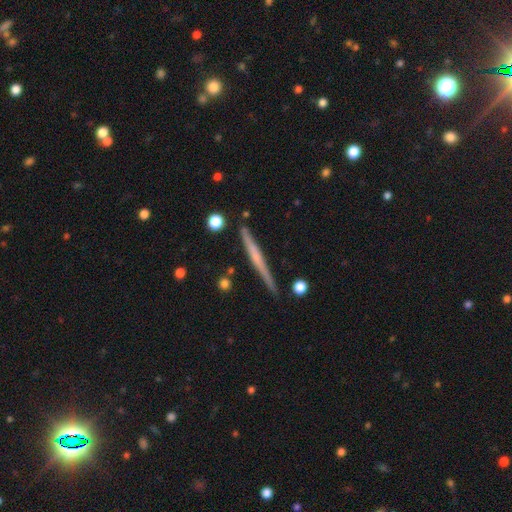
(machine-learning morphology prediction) A featured or disk galaxy (59%) viewed edge-on (97%) with no central bulge (69%). Merging: none (88%).